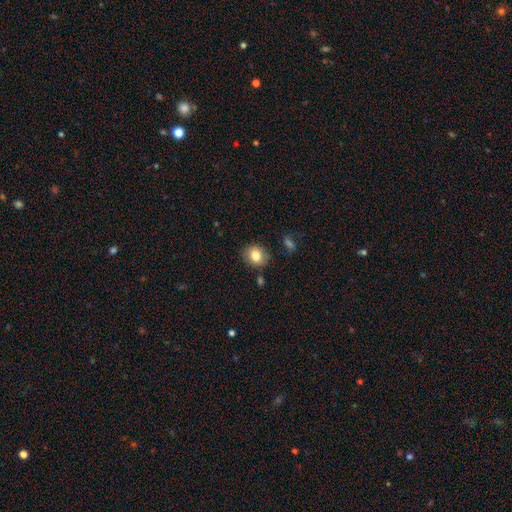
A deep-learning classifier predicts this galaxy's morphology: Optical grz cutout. It shows a smooth galaxy with no disk features (81%) that is round (61%). Merging: none (83%).